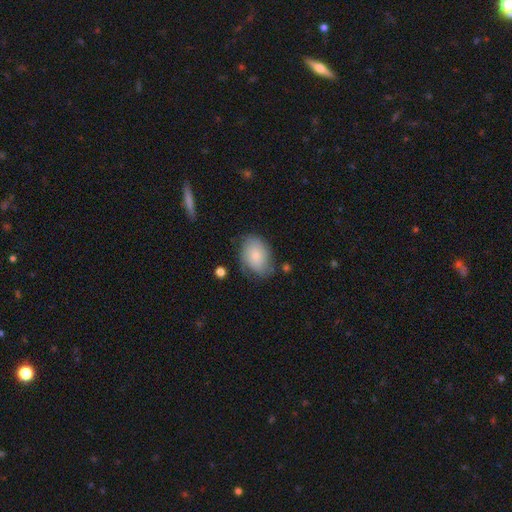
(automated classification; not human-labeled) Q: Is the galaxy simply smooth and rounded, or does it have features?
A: smooth — 73%.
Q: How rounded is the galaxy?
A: in between — 79%.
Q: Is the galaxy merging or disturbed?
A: none — 61%.